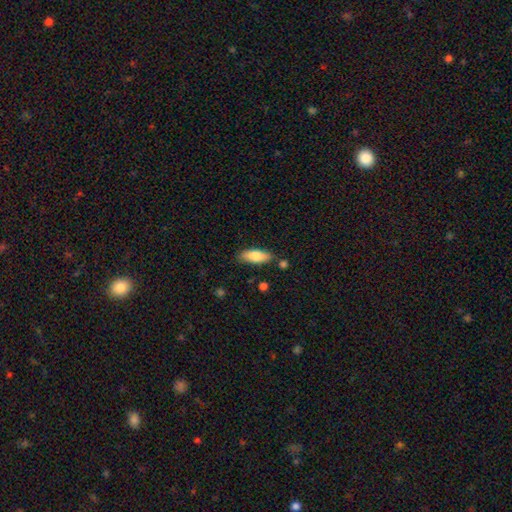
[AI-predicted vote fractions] Q: Smooth or featured?
A: smooth (79%); runner-up: featured or disk (15%)
Q: How rounded?
A: in between (70%); runner-up: cigar-shaped (28%)
Q: Merging?
A: none (81%); runner-up: minor disturbance (12%)